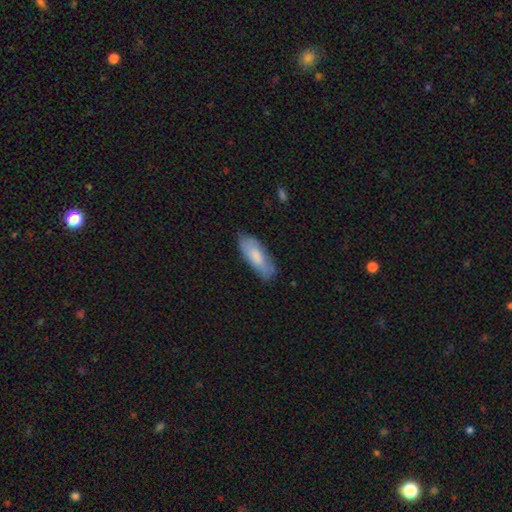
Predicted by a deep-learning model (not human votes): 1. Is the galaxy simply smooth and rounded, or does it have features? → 75% smooth, 19% featured or disk, 6% star or artifact.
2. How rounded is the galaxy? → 68% in between, 30% cigar-shaped, 2% round.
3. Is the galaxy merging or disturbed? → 76% none, 19% minor disturbance, 4% major disturbance, 1% merger.